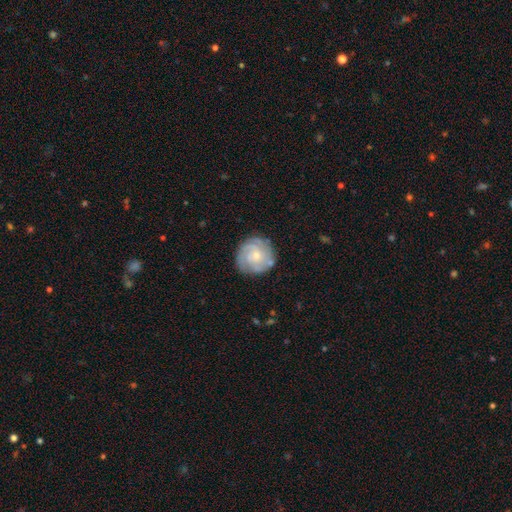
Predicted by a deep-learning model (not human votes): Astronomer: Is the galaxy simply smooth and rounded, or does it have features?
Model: featured or disk — 72%.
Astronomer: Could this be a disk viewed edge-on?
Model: no — 98%.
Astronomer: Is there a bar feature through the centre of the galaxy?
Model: no — 76%.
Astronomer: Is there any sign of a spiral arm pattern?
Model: yes — 91%.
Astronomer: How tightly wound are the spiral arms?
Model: tight — 66%.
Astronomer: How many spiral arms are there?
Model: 3 — 30% (runner-up: can't tell, 29%).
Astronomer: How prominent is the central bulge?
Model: small — 62%.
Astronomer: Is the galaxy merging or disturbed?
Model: none — 79%.